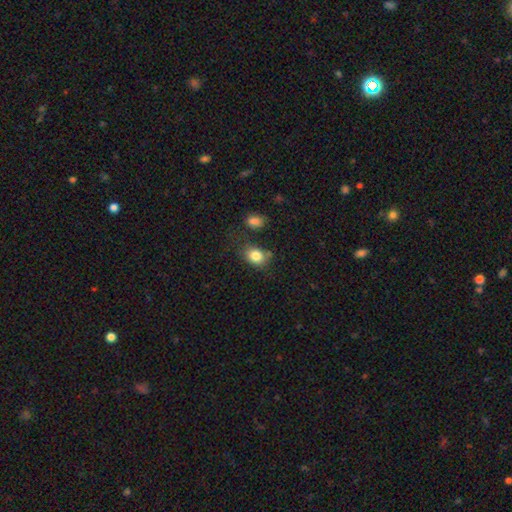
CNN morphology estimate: The model was most divided on "how rounded": in between: 60%, round: 39%, cigar-shaped: 1%. More confident: smooth or featured — smooth (83%); merging — none (65%).